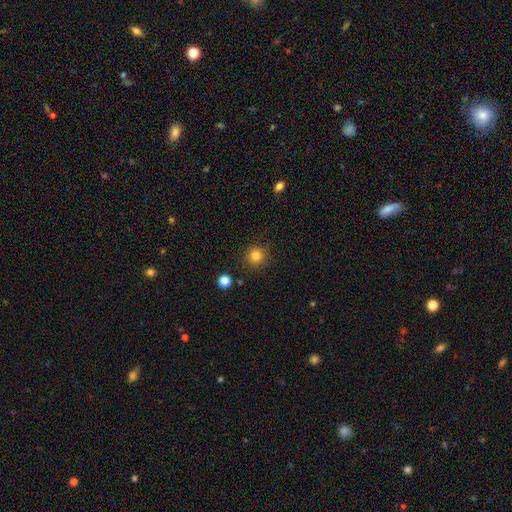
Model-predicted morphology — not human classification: smooth 83%, star or artifact 12%, featured or disk 5%. Down the decision tree: how rounded — round (94%); merging — none (90%).